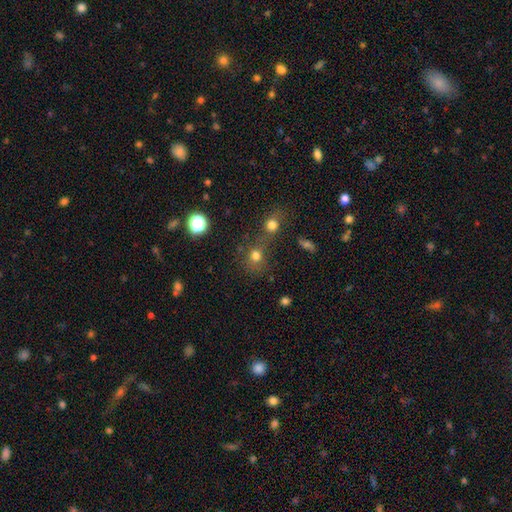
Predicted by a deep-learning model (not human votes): Overall: smooth (73%). How rounded: round (82%). Merging: none (50%; merger 33%).